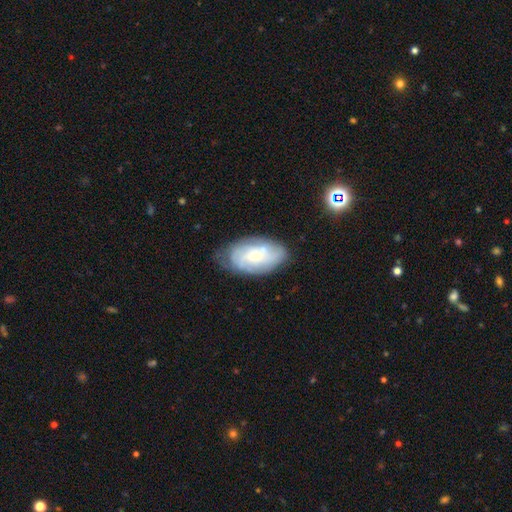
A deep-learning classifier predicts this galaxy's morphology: This is possibly a featured or disk galaxy (60%). It is clearly not viewed edge-on (95%). Bar: likely no (74%). Spiral arm pattern: likely yes (77%). Central bulge: possibly small (55%). Merging: likely none (65%).